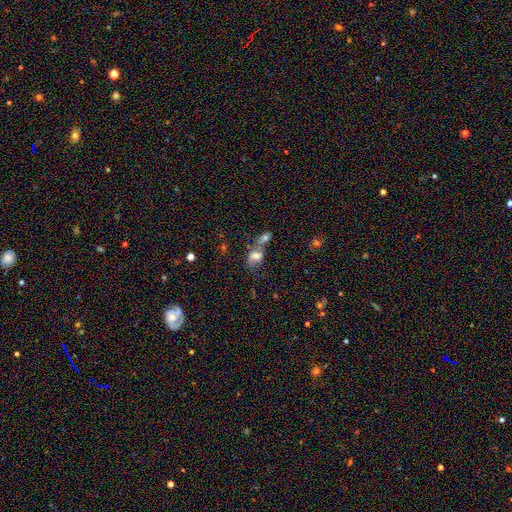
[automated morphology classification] A smooth galaxy with no disk features (48%). Merging: merger (52%).